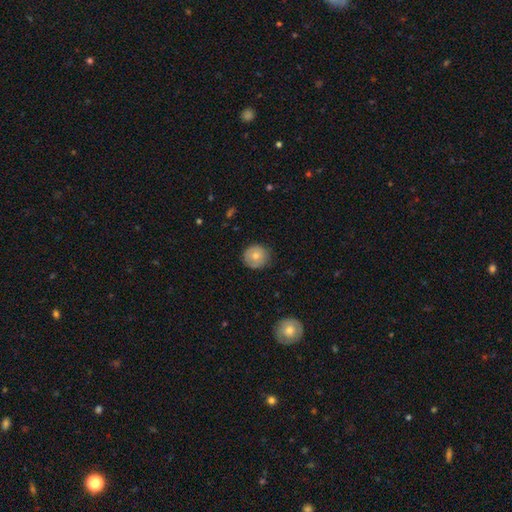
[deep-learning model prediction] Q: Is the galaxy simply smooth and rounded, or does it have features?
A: smooth — 70%.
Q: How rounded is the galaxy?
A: round — 92%.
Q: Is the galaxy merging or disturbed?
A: none — 85%.